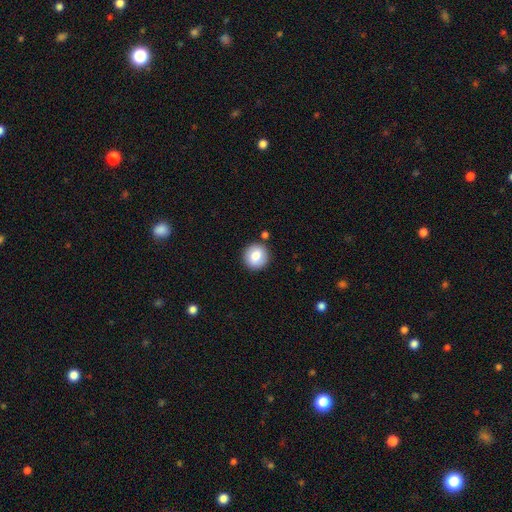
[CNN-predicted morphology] A smooth galaxy with no disk features (79%) that is round (94%).

Vote fractions:
- Smooth or featured? smooth: 79% / featured or disk: 12% / star or artifact: 8%
- How rounded? round: 94% / in between: 5% / cigar-shaped: 1%
- Merging? none: 87% / minor disturbance: 7% / merger: 3% / major disturbance: 2%